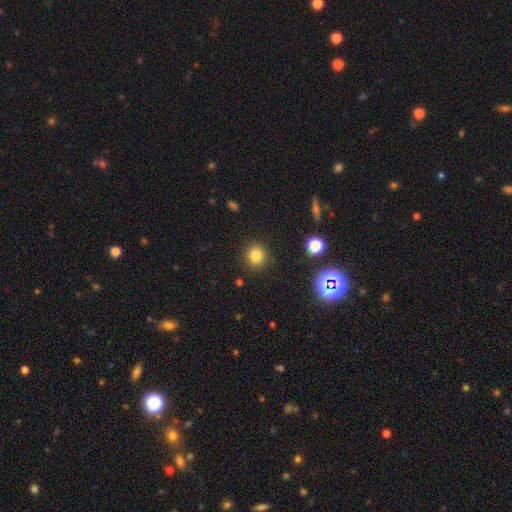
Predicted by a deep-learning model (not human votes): This is clearly a smooth galaxy (81%). How rounded: clearly round (86%). Merging: clearly none (89%).